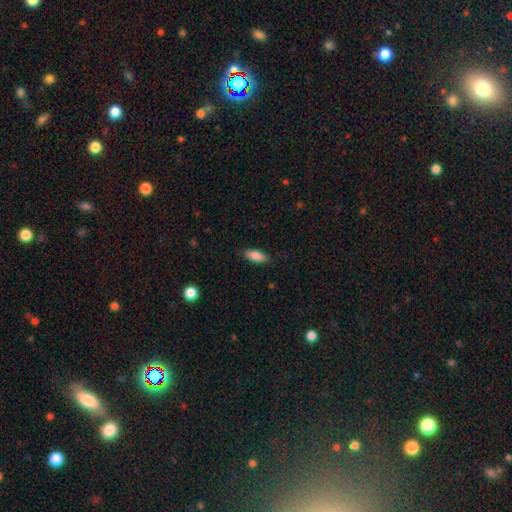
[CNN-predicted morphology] Overall: smooth (87%). How rounded: in between (79%). Merging: none (85%).